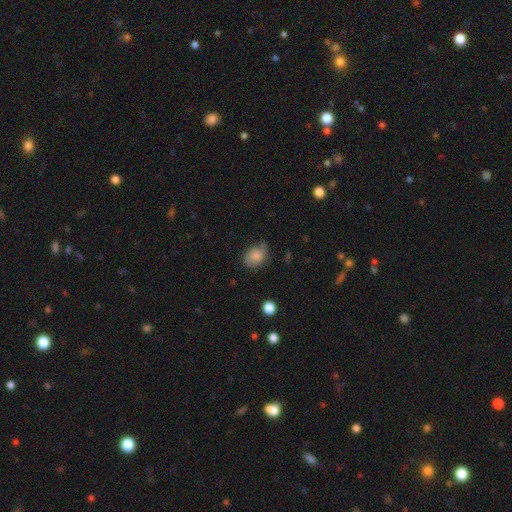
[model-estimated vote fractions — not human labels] Q: Smooth or featured?
A: smooth (75%); runner-up: featured or disk (16%)
Q: How rounded?
A: in between (66%); runner-up: round (33%)
Q: Merging?
A: none (57%); runner-up: minor disturbance (31%)